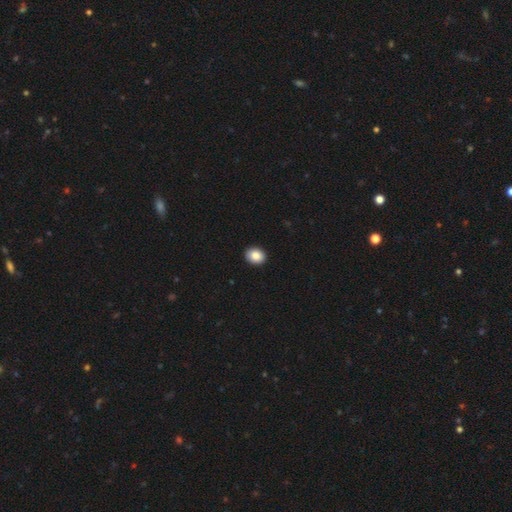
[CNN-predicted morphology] smooth_or_featured: smooth (p=0.87) [alt: star or artifact p=0.08]
how_rounded: round (p=0.51) [alt: in between p=0.48]
merging: none (p=0.92) [alt: minor disturbance p=0.06]